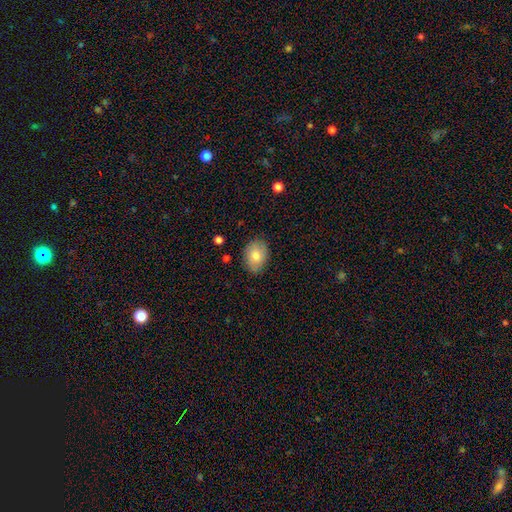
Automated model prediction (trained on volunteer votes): Smooth or featured? smooth (78%)
How rounded? in between (78%)
Merging? none (85%)